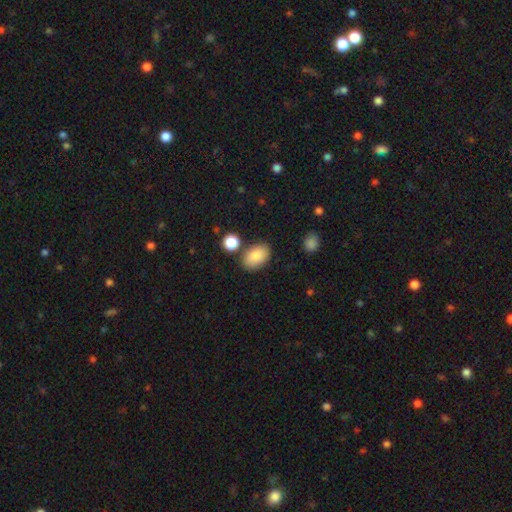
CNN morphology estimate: A smooth galaxy with no disk features (85%) that is in between round and cigar-shaped (89%).

Vote fractions:
- Smooth or featured? smooth: 85% / featured or disk: 7% / star or artifact: 7%
- How rounded? in between: 89% / round: 9% / cigar-shaped: 1%
- Merging? none: 79% / minor disturbance: 12% / merger: 6% / major disturbance: 3%